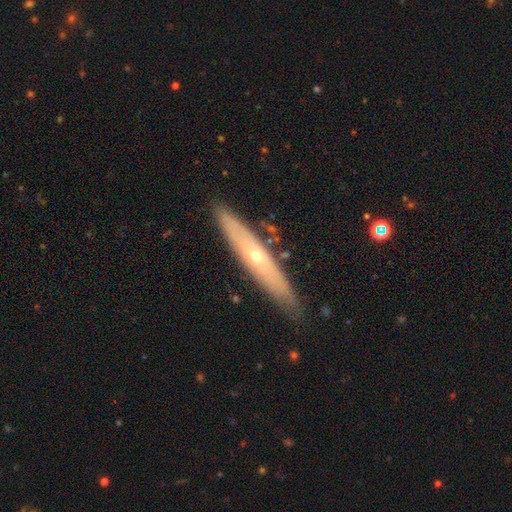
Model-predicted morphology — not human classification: Smooth or featured? Predicted: featured or disk (p=0.63). Edge-on disk? Predicted: yes (p=0.73). Merging? Predicted: none (p=0.83).